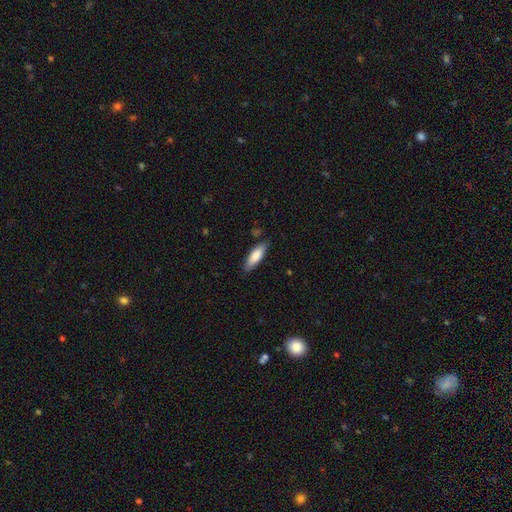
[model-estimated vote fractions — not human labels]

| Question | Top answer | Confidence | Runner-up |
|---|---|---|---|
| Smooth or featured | smooth | 81% | featured or disk (13%) |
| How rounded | in between | 51% | cigar-shaped (48%) |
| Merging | none | 81% | minor disturbance (15%) |